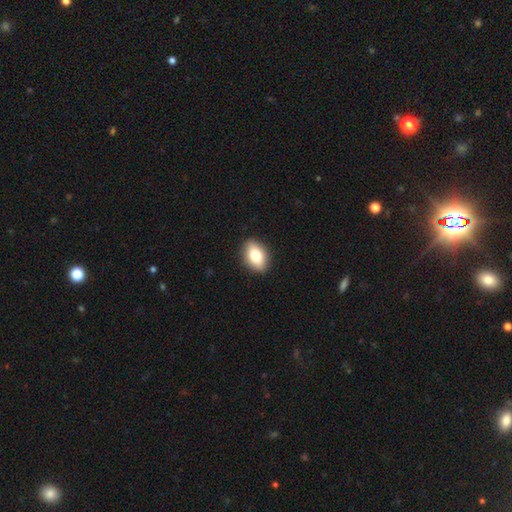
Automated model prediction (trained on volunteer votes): A smooth galaxy with no disk features (77%) that is in between round and cigar-shaped (84%). Merging: none (90%).